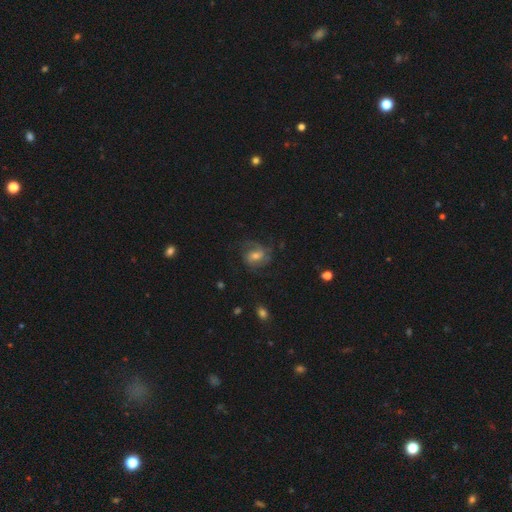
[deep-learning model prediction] Overall: featured or disk (69%). Edge-on disk: no (97%). Bar: weak (46%; no 41%). Spiral arms: yes (92%). Spiral arm count: 2 (50%; can't tell 20%). Spiral winding: medium (47%; tight 31%). Bulge size: moderate (59%; small 31%). Merging: none (65%).